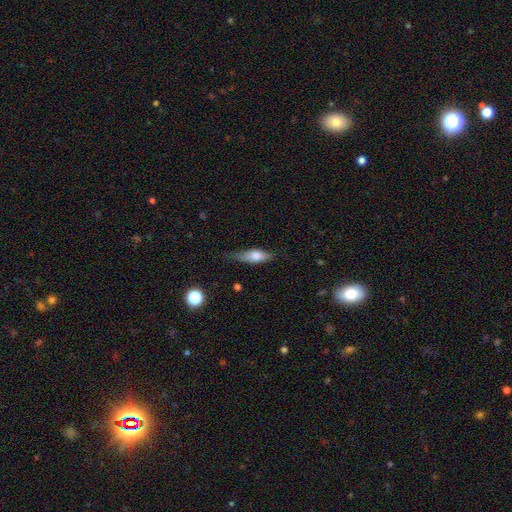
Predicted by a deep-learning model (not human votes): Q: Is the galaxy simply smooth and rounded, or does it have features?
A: smooth — 63%.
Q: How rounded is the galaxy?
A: in between — 58%.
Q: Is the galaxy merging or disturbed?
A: none — 58%.